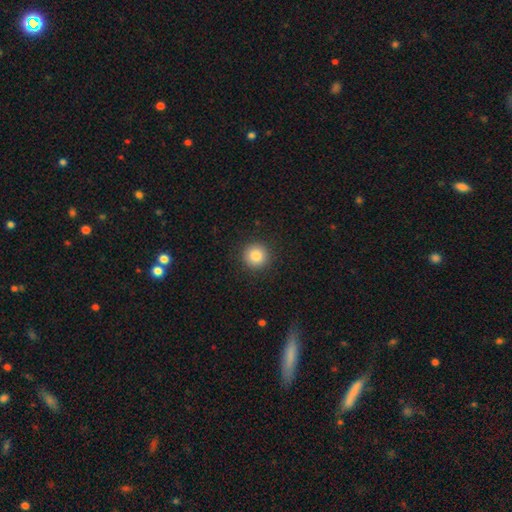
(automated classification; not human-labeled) smooth-or-featured: smooth: 85% | star or artifact: 10% | featured or disk: 6%
  how-rounded: round: 95% | in between: 4% | cigar-shaped: 1%
  merging: none: 92% | minor disturbance: 5% | major disturbance: 2% | merger: 1%